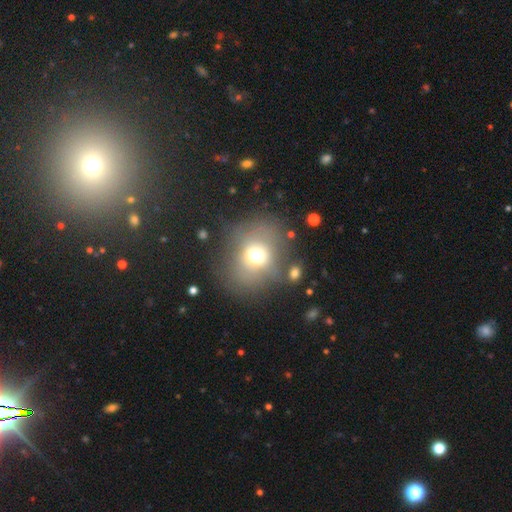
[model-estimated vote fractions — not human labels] Smooth or featured: smooth — 63% (featured or disk — 22%)
How rounded: round — 69% (in between — 30%)
Merging: none — 62% (minor disturbance — 18%)